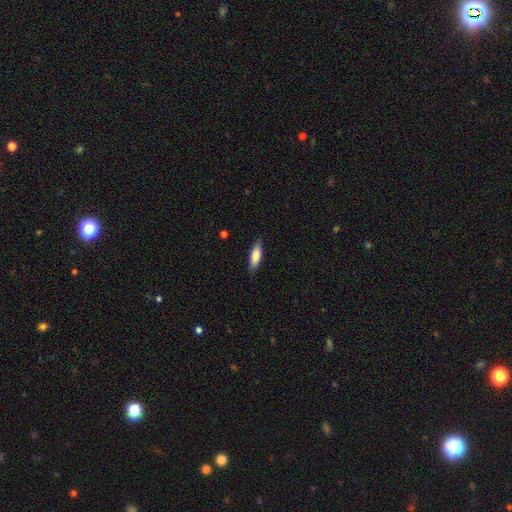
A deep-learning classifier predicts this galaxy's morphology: This appears to be a smooth galaxy with no disk features (80%) that is cigar-shaped (50%). Merging: none (83%).